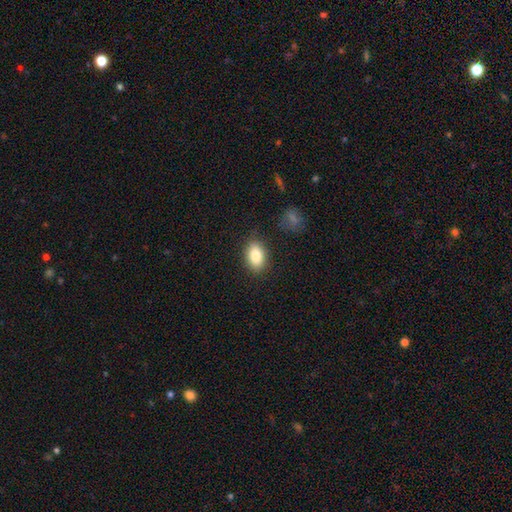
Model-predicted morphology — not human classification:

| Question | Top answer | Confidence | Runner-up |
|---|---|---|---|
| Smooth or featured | smooth | 84% | featured or disk (9%) |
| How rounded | in between | 86% | round (12%) |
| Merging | none | 84% | minor disturbance (11%) |